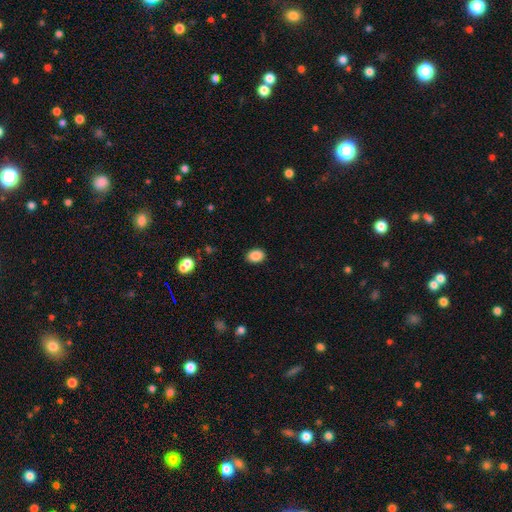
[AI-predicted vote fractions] The model was most divided on "how rounded": in between: 75%, round: 24%, cigar-shaped: 1%. More confident: merging — none (90%); smooth or featured — smooth (88%).